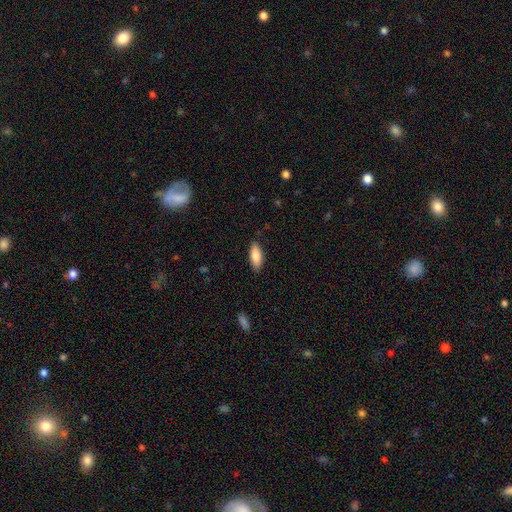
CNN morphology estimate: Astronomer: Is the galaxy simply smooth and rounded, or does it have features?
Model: smooth — 86%.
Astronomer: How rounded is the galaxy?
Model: in between — 76%.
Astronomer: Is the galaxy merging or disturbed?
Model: none — 85%.